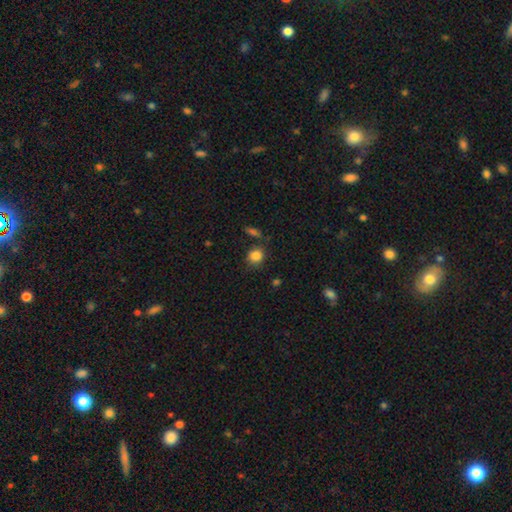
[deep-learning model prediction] Smooth or featured: smooth — 85% (star or artifact — 10%)
How rounded: round — 68% (in between — 31%)
Merging: none — 75% (minor disturbance — 15%)